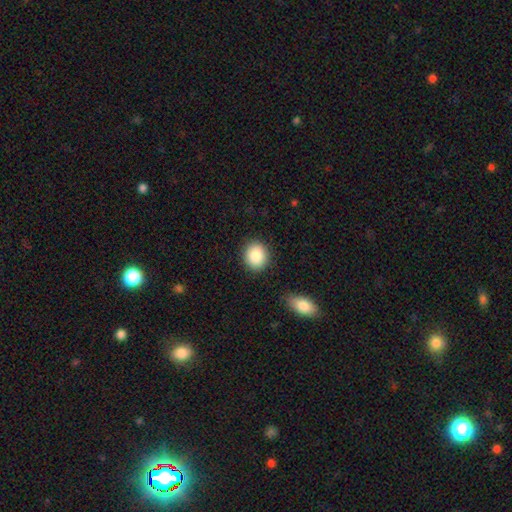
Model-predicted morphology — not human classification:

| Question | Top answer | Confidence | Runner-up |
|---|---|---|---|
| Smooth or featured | smooth | 88% | star or artifact (8%) |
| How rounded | round | 72% | in between (27%) |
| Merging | none | 88% | minor disturbance (8%) |